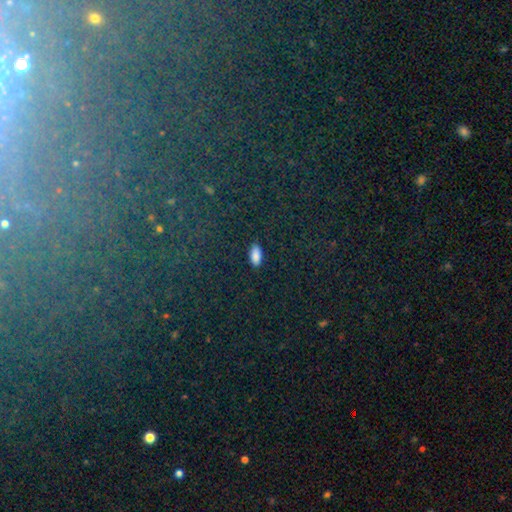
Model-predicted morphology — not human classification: A smooth galaxy with no disk features (83%) that is in between round and cigar-shaped (90%). Merging: none (87%).